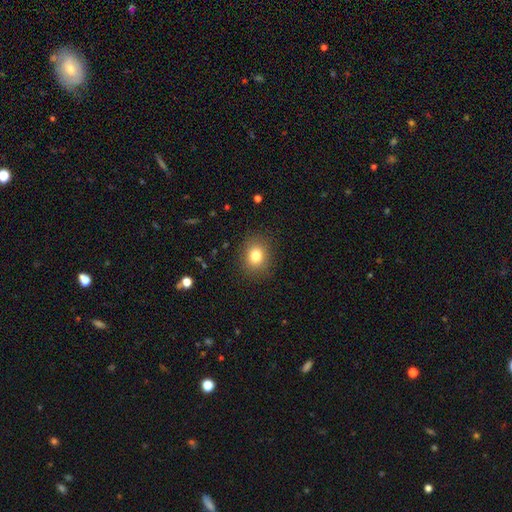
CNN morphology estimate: Smooth or featured: smooth — 80% (star or artifact — 12%)
How rounded: round — 67% (in between — 33%)
Merging: none — 88% (minor disturbance — 8%)